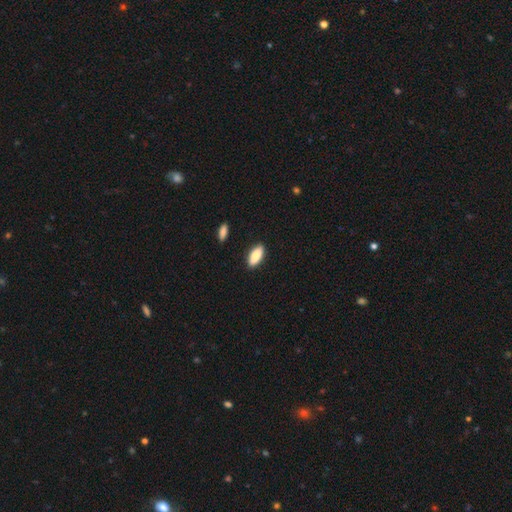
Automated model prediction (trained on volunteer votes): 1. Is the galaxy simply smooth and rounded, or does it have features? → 84% smooth, 10% featured or disk, 6% star or artifact.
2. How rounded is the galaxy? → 80% in between, 17% cigar-shaped, 2% round.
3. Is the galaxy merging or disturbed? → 88% none, 8% minor disturbance, 2% major disturbance, 2% merger.